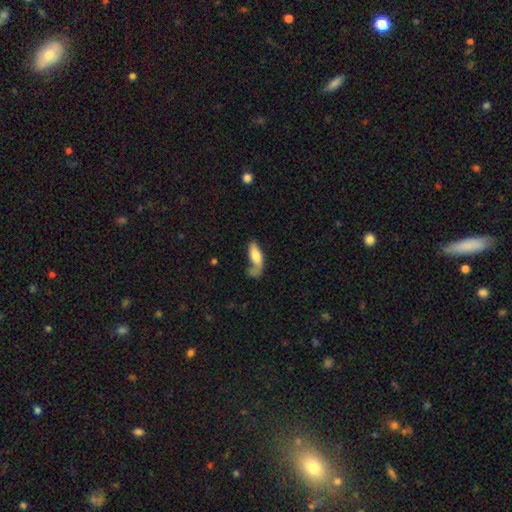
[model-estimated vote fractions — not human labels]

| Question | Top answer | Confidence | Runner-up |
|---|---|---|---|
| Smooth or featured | smooth | 69% | featured or disk (24%) |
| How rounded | in between | 72% | cigar-shaped (25%) |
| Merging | none | 34% | major disturbance (29%) |